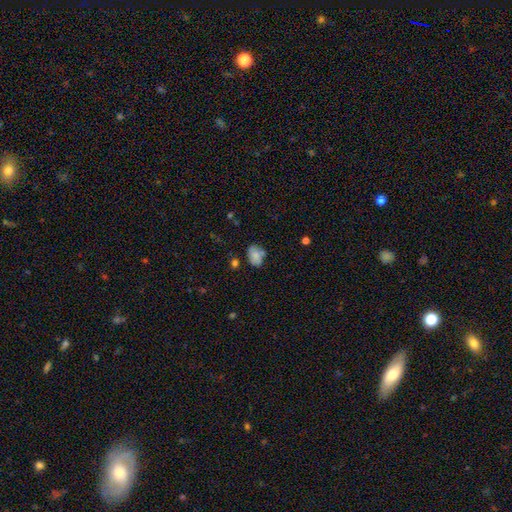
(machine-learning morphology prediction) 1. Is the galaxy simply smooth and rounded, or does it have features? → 69% smooth, 22% featured or disk, 9% star or artifact.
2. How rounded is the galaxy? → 66% in between, 33% round, 1% cigar-shaped.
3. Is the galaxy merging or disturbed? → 55% none, 24% minor disturbance, 14% merger, 7% major disturbance.